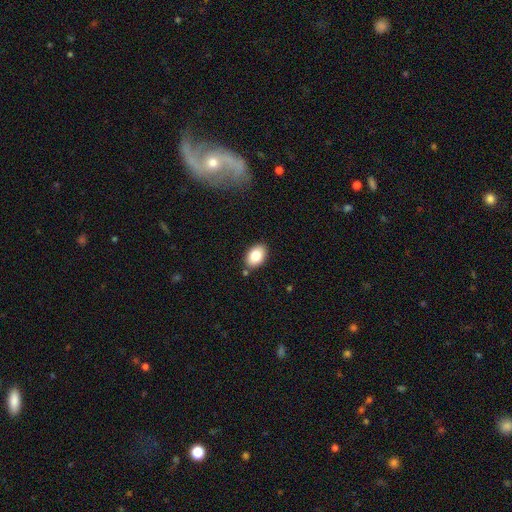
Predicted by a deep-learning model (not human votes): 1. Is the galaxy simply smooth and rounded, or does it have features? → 83% smooth, 9% featured or disk, 8% star or artifact.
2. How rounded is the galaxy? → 87% in between, 12% round, 1% cigar-shaped.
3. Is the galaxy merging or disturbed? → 83% none, 11% minor disturbance, 4% merger, 2% major disturbance.